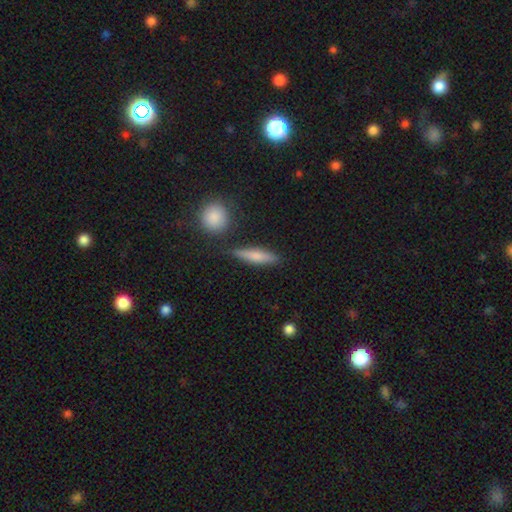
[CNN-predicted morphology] smooth-or-featured: smooth: 69% | featured or disk: 23% | star or artifact: 7%
  how-rounded: cigar-shaped: 73% | in between: 23% | round: 4%
  merging: none: 79% | minor disturbance: 12% | merger: 6% | major disturbance: 3%